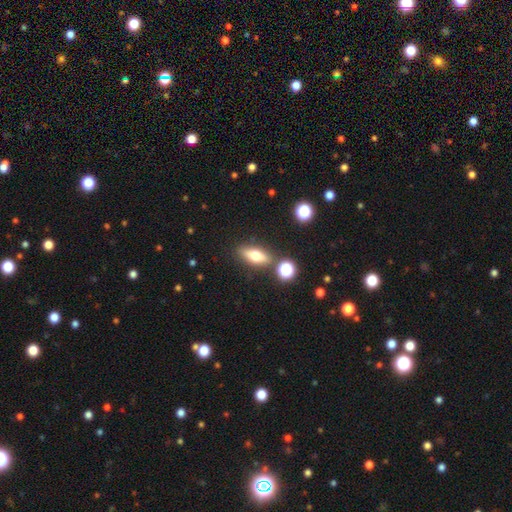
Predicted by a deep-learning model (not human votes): Q: Smooth or featured?
A: smooth (60%); runner-up: featured or disk (30%)
Q: How rounded?
A: in between (62%); runner-up: cigar-shaped (31%)
Q: Merging?
A: none (81%); runner-up: minor disturbance (10%)